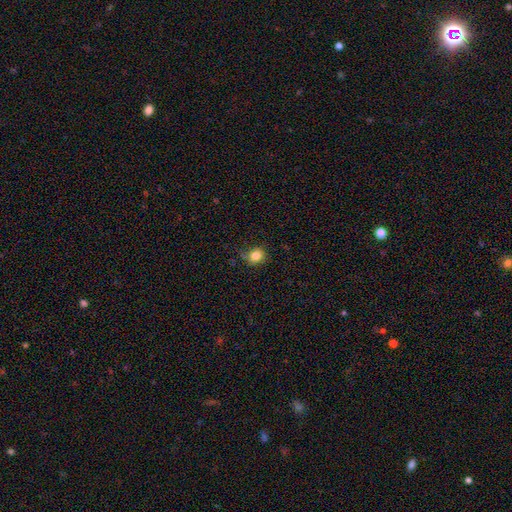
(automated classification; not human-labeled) Morphology: type=smooth (82%); roundness=round (74%); merging=none (75%).